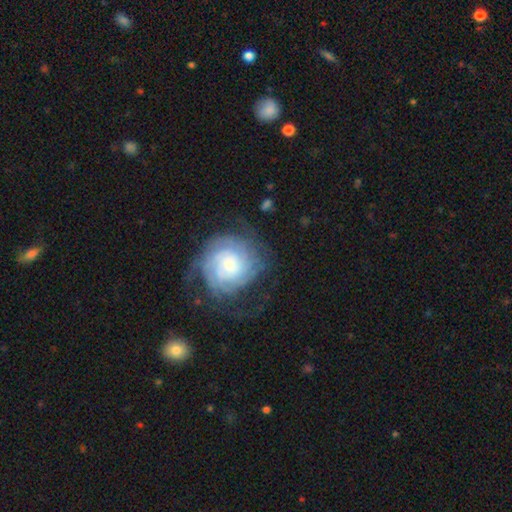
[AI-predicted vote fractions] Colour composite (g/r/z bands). It shows a featured or disk galaxy (64%) with no bar (73%), tight (66%) spiral arms (89%) and a moderate central bulge (47%). Merging: none (72%).